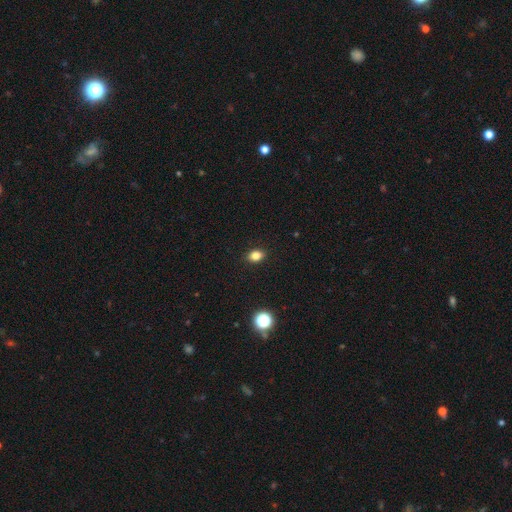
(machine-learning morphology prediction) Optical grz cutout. It shows a smooth galaxy with no disk features (82%) that is in between round and cigar-shaped (72%). Merging: none (90%).